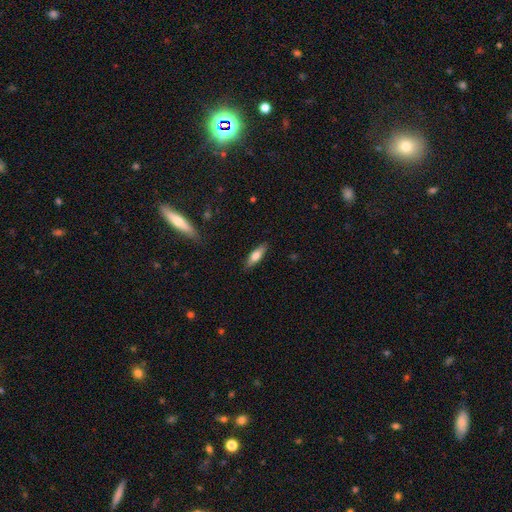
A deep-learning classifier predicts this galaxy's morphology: smooth_or_featured: smooth (p=0.69) [alt: featured or disk p=0.25]
how_rounded: cigar-shaped (p=0.50) [alt: in between p=0.48]
merging: none (p=0.87) [alt: minor disturbance p=0.10]